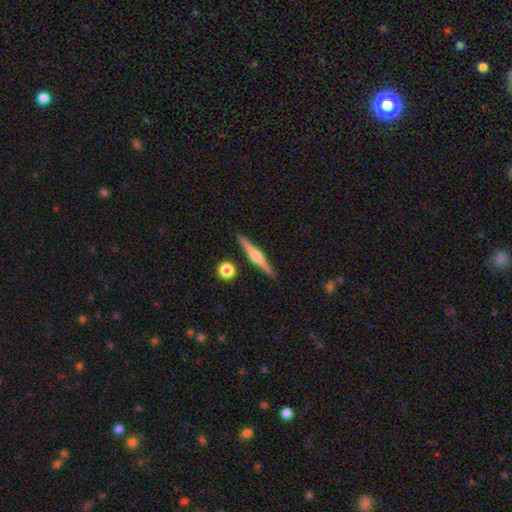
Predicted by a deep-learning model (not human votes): Morphology: type=featured or disk (78%); edge-on=yes (98%); edge-on bulge=rounded (91%); merging=none (90%).